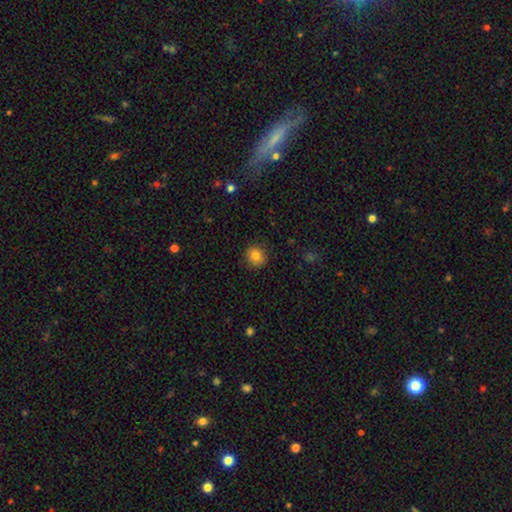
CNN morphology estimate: Smooth or featured?
  - smooth: 82% *
  - star or artifact: 11%
  - featured or disk: 7%
How rounded?
  - round: 87% *
  - in between: 12%
  - cigar-shaped: 1%
Merging?
  - none: 89% *
  - minor disturbance: 8%
  - major disturbance: 2%
  - merger: 1%